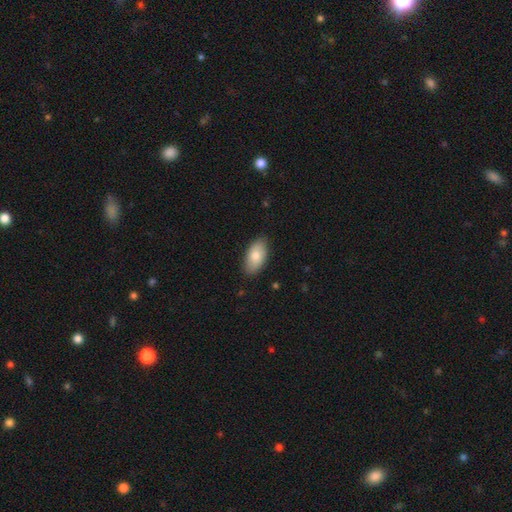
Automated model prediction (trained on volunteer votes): The model was most divided on "smooth or featured": smooth: 78%, featured or disk: 16%, star or artifact: 6%. More confident: how rounded — in between (94%); merging — none (84%).